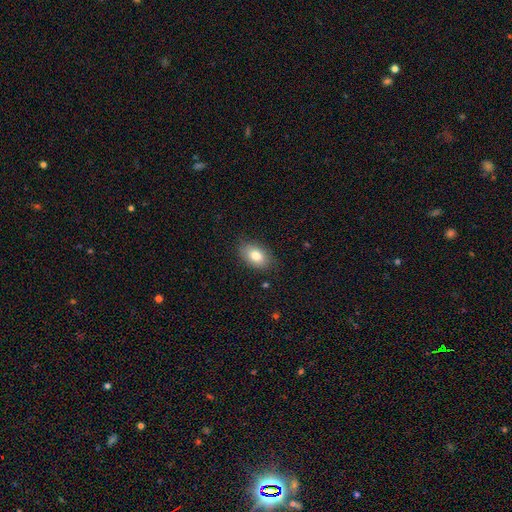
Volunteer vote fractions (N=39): Smooth or featured?
  - smooth: 77% *
  - featured or disk: 18%
  - star or artifact: 5%
How rounded?
  - in between: 90% *
  - round: 10%
  - cigar-shaped: 0%
Merging?
  - none: 86% *
  - minor disturbance: 14%
  - major disturbance: 0%
  - merger: 0%